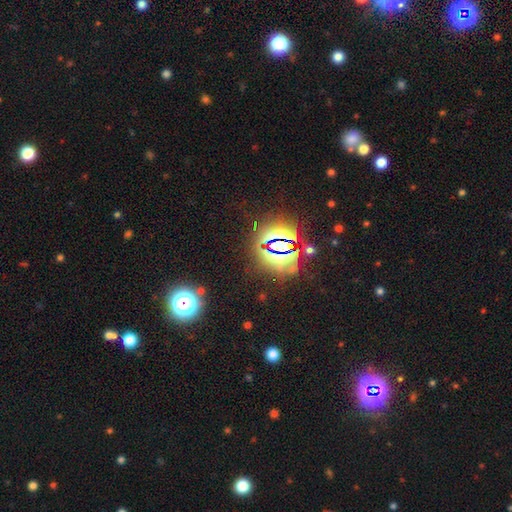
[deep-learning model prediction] A star or artifact, not a galaxy (85%).

Vote fractions:
- Smooth or featured? star or artifact: 85% / smooth: 9% / featured or disk: 7%